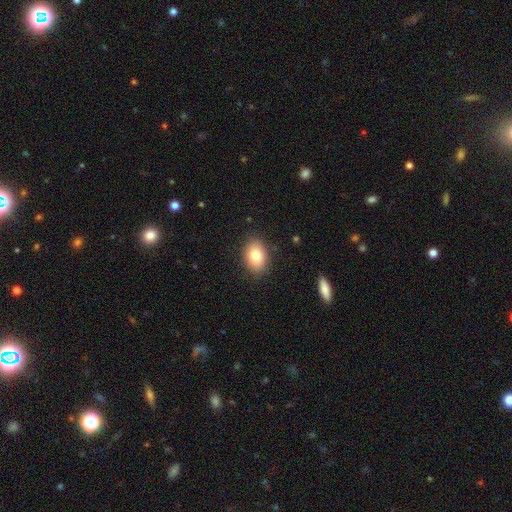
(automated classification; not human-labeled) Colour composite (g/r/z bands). It shows a smooth galaxy with no disk features (82%) that is in between round and cigar-shaped (82%). Merging: none (88%).